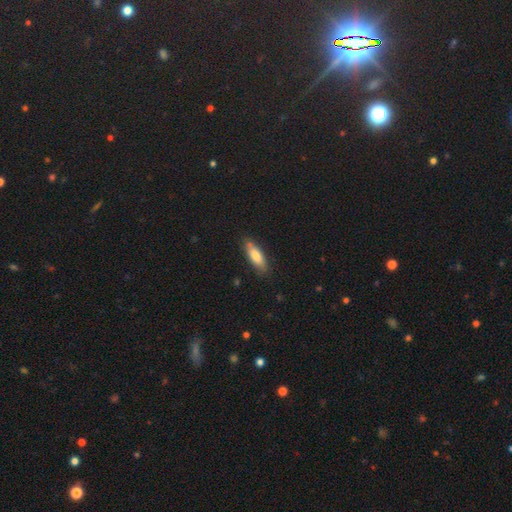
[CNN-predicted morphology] Smooth or featured? Predicted: smooth (p=0.76). How rounded? Predicted: in between (p=0.58). Merging? Predicted: none (p=0.79).